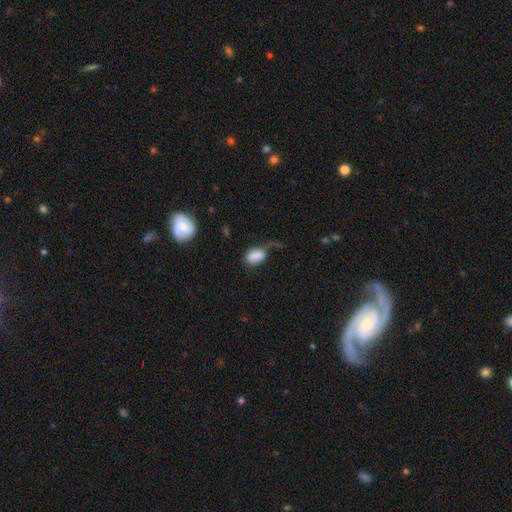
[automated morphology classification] A smooth galaxy with no disk features (81%) that is in between round and cigar-shaped (88%).

Vote fractions:
- Smooth or featured? smooth: 81% / featured or disk: 11% / star or artifact: 8%
- How rounded? in between: 88% / round: 10% / cigar-shaped: 2%
- Merging? major disturbance: 35% / none: 31% / minor disturbance: 27% / merger: 8%